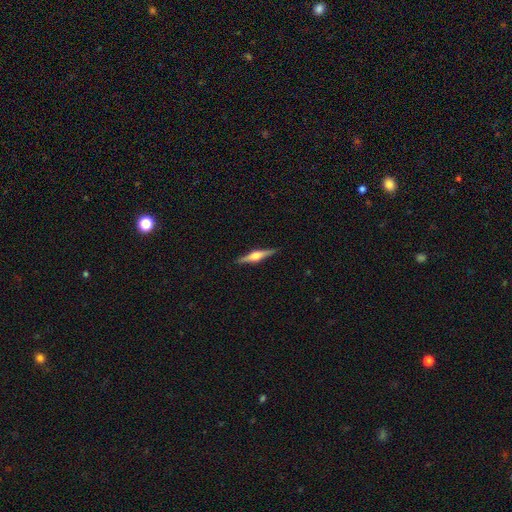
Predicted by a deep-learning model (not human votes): This appears to be a featured or disk galaxy (75%) viewed edge-on (98%) with a rounded central bulge (90%). Merging: none (91%).